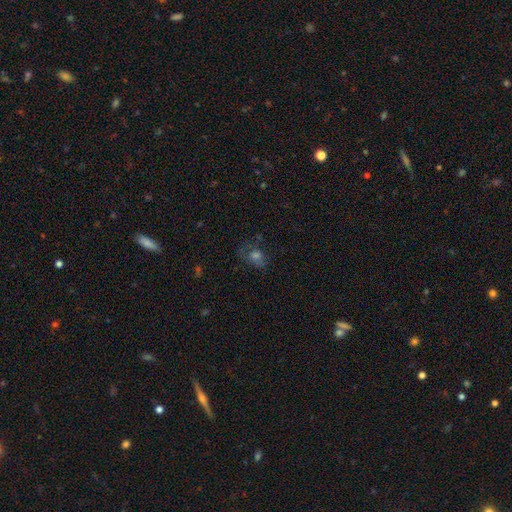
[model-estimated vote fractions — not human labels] smooth_or_featured: smooth (p=0.49) [alt: star or artifact p=0.26]
merging: none (p=0.52) [alt: minor disturbance p=0.23]